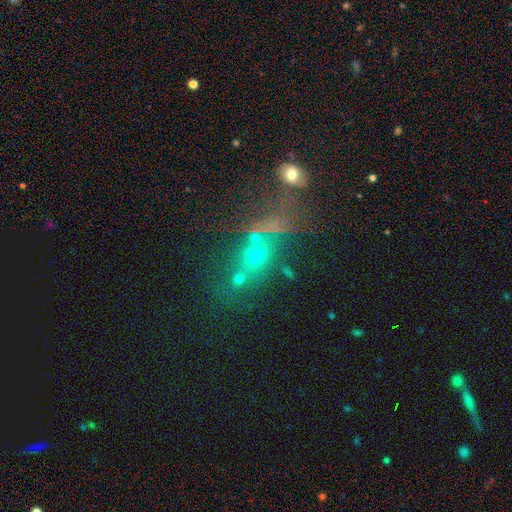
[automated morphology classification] smooth 45%, star or artifact 32%, featured or disk 22%. Down the decision tree: merging — none (40%).